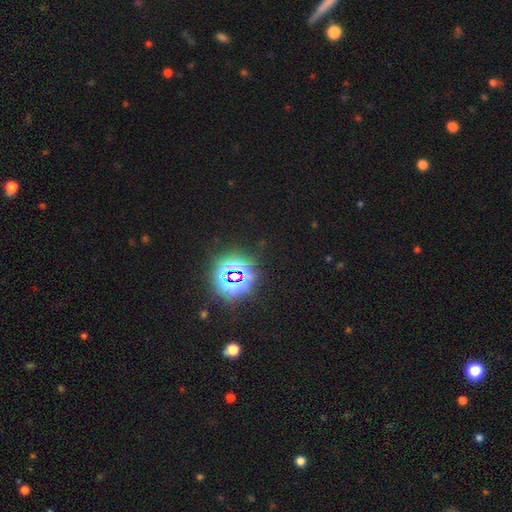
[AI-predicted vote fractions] star or artifact 79%, smooth 13%, featured or disk 8%.